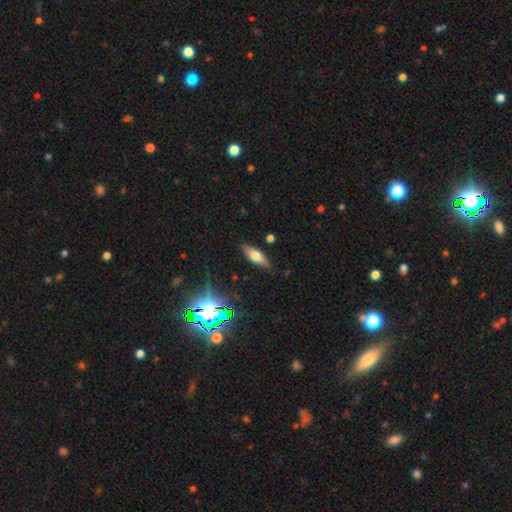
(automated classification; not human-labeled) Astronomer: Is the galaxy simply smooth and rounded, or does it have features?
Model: smooth — 54% (runner-up: featured or disk, 34%).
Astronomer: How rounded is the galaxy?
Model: in between — 58% (runner-up: cigar-shaped, 39%).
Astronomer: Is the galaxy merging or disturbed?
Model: none — 83%.